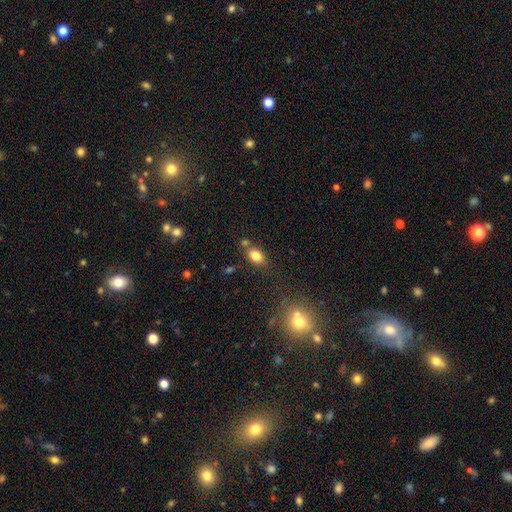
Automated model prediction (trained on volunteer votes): Q: Smooth or featured?
A: smooth (80%); runner-up: star or artifact (10%)
Q: How rounded?
A: in between (80%); runner-up: round (17%)
Q: Merging?
A: none (65%); runner-up: merger (16%)